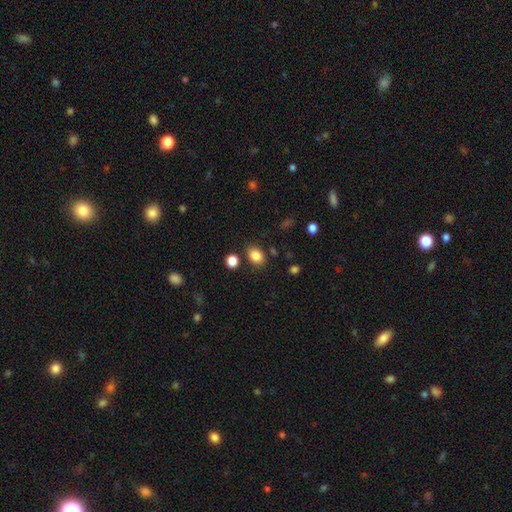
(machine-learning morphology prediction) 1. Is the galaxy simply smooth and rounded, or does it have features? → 85% smooth, 10% star or artifact, 5% featured or disk.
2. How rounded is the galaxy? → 65% in between, 34% round, 1% cigar-shaped.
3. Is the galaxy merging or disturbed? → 80% none, 11% minor disturbance, 5% merger, 4% major disturbance.